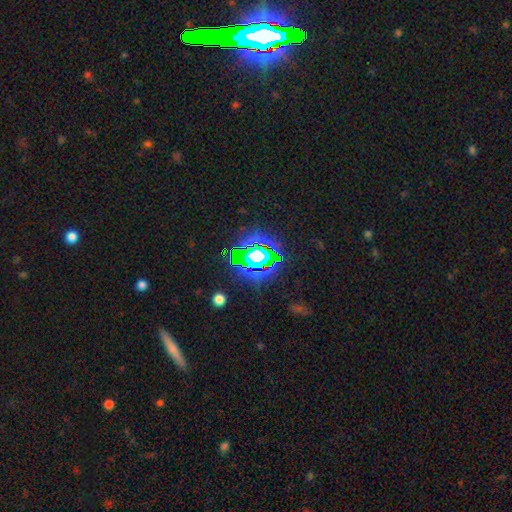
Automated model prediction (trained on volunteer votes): The model was most divided on "smooth or featured": star or artifact: 75%, smooth: 13%, featured or disk: 12%.